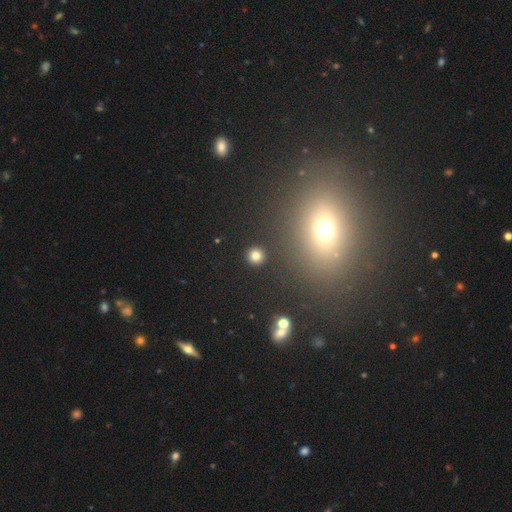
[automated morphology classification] type=smooth (80%); roundness=round (94%); merging=none (92%).